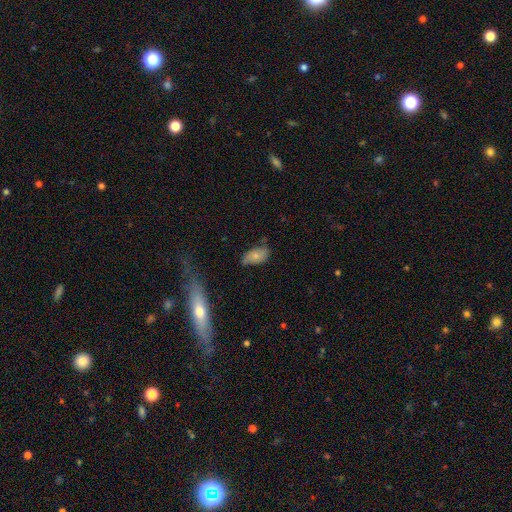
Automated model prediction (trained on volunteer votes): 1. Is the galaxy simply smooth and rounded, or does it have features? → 66% smooth, 25% featured or disk, 9% star or artifact.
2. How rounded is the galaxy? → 91% in between, 5% round, 4% cigar-shaped.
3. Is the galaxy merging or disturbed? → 52% none, 34% minor disturbance, 10% major disturbance, 4% merger.